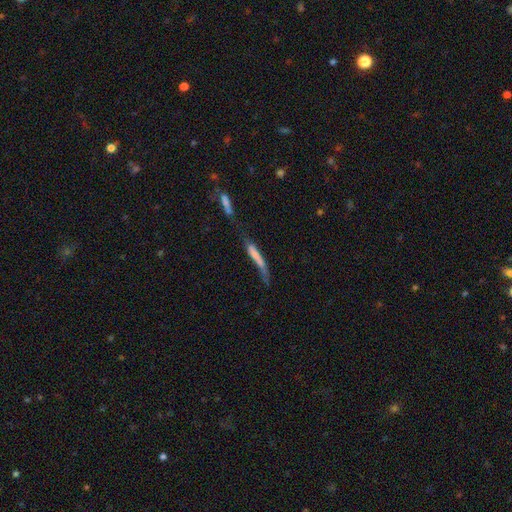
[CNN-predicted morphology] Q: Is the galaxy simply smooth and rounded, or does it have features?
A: smooth — 56%.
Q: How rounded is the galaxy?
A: cigar-shaped — 90%.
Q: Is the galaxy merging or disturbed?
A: major disturbance — 32%.